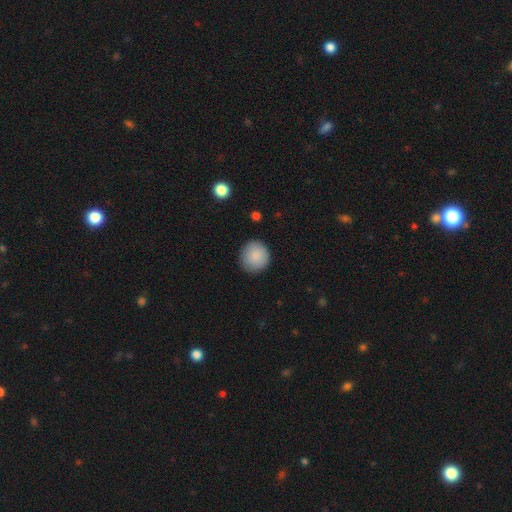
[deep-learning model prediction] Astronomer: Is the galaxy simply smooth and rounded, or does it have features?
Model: smooth — 88%.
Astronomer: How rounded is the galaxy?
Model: round — 91%.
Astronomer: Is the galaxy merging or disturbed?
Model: none — 87%.